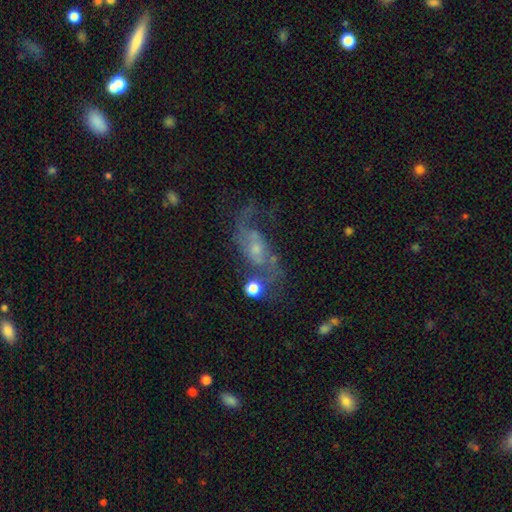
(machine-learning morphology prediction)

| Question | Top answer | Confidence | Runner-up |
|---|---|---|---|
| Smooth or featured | featured or disk | 75% | smooth (15%) |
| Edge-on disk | no | 94% | yes (6%) |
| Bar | no | 59% | weak (33%) |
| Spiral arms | yes | 85% | no (15%) |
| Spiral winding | loose | 61% | medium (30%) |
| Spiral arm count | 2 | 78% | can't tell (9%) |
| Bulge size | small | 53% | moderate (33%) |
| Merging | none | 44% | major disturbance (25%) |